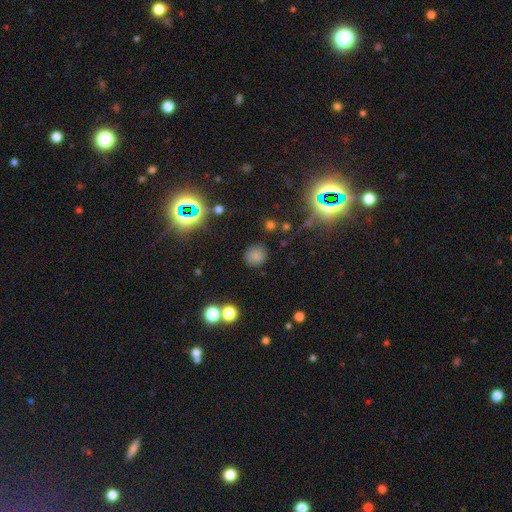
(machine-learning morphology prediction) type=smooth (73%); roundness=round (86%); merging=none (84%).